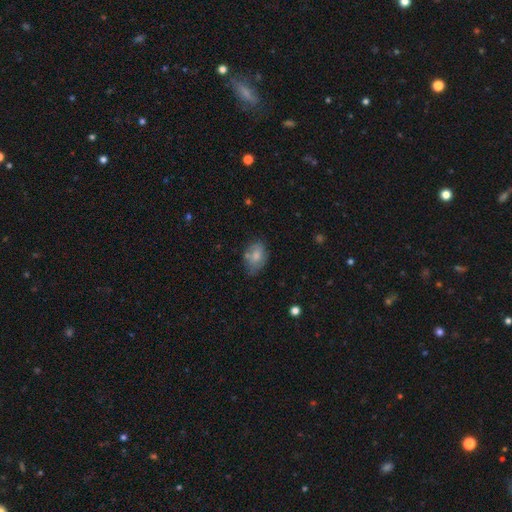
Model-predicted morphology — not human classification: Overall: smooth (68%). How rounded: in between (82%). Merging: none (55%; minor disturbance 30%).